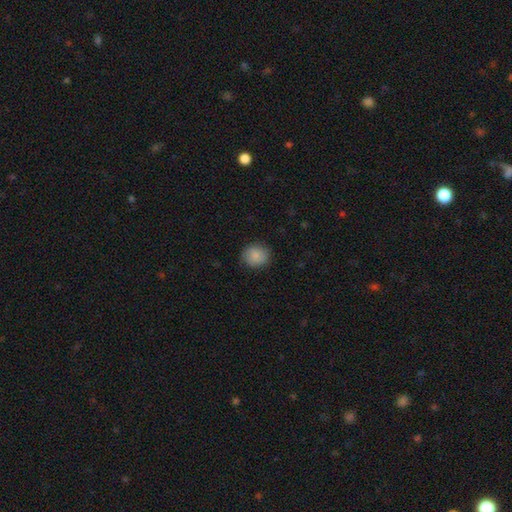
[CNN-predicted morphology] The model was most divided on "how rounded": round: 80%, in between: 19%, cigar-shaped: 1%. More confident: smooth or featured — smooth (87%); merging — none (86%).